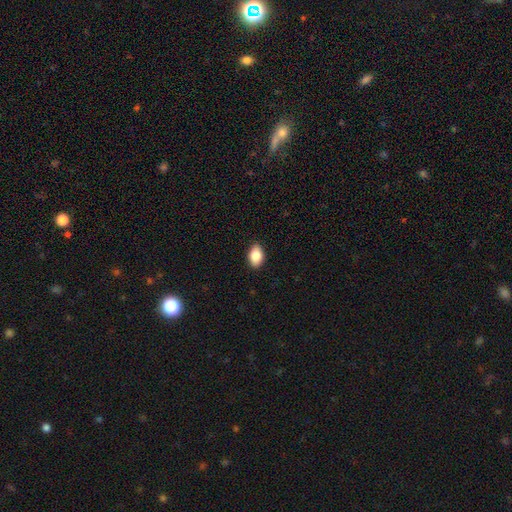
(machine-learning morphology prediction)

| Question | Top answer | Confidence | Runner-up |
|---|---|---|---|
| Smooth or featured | smooth | 87% | star or artifact (7%) |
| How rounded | in between | 91% | round (8%) |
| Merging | none | 88% | minor disturbance (9%) |